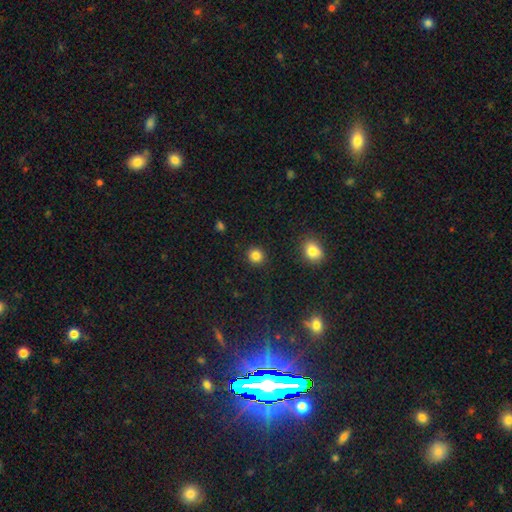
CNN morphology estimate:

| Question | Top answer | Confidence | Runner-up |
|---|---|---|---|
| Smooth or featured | smooth | 84% | star or artifact (11%) |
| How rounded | round | 91% | in between (8%) |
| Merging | none | 91% | minor disturbance (5%) |